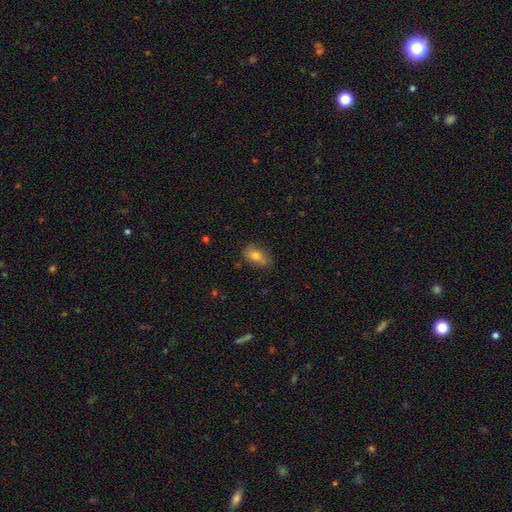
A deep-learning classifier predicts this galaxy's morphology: Overall: smooth (76%). How rounded: in between (88%). Merging: none (73%).